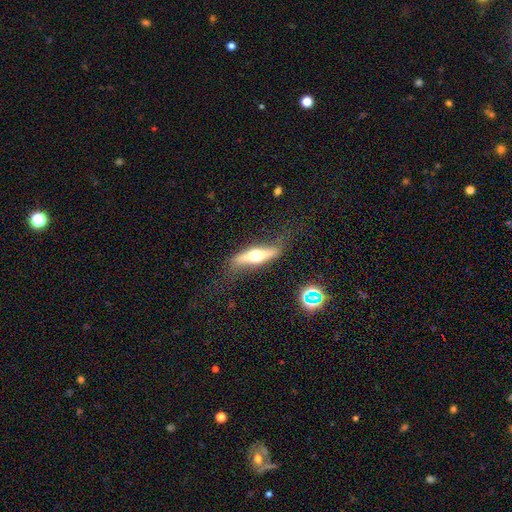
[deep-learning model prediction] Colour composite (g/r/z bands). It shows a featured or disk galaxy (67%) viewed edge-on (87%) with a rounded central bulge (95%). Merging: none (72%).